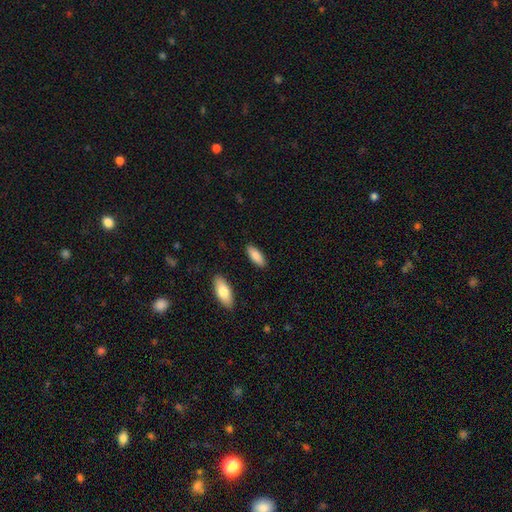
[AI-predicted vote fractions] Morphology: type=smooth (85%); roundness=in between (73%); merging=none (87%).